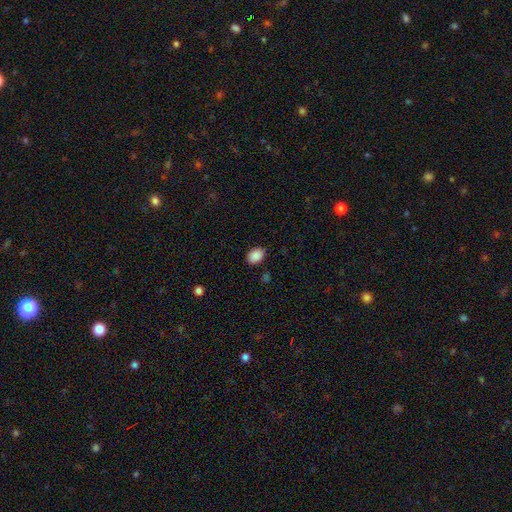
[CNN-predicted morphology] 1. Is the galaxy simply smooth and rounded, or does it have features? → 89% smooth, 8% star or artifact, 3% featured or disk.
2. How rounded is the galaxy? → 79% in between, 20% round, 1% cigar-shaped.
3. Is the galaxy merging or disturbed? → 85% none, 10% minor disturbance, 3% major disturbance, 2% merger.